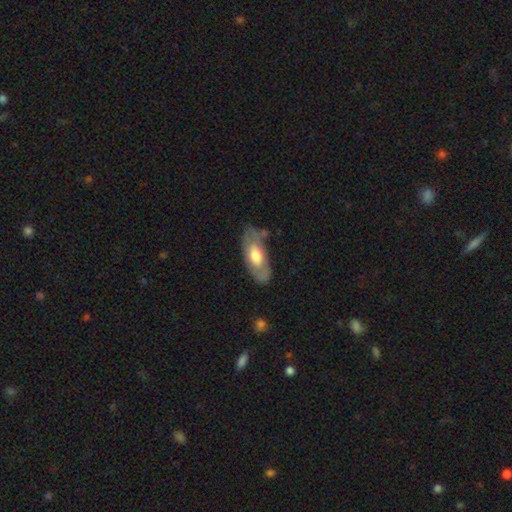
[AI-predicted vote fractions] This appears to be a smooth galaxy with no disk features (50%). Merging: none (63%).